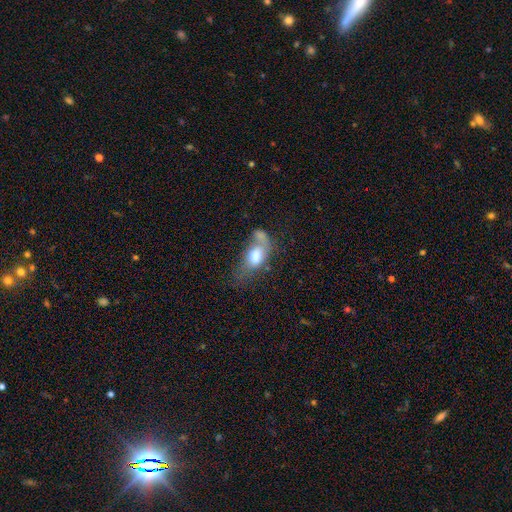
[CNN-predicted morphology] Smooth or featured? Predicted: smooth (p=0.67). How rounded? Predicted: in between (p=0.85). Merging? Predicted: merger (p=0.37).